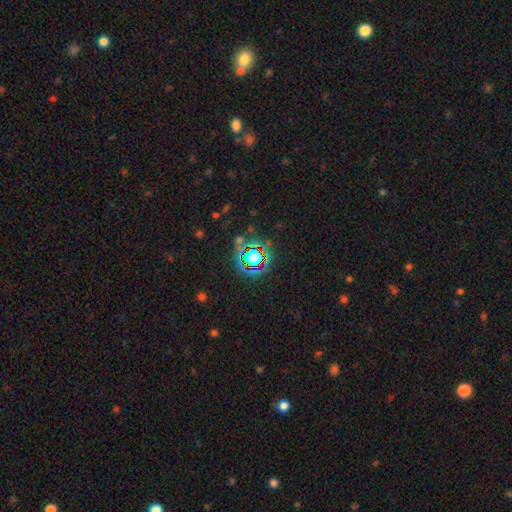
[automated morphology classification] This is likely a star or artifact rather than a galaxy (65%).